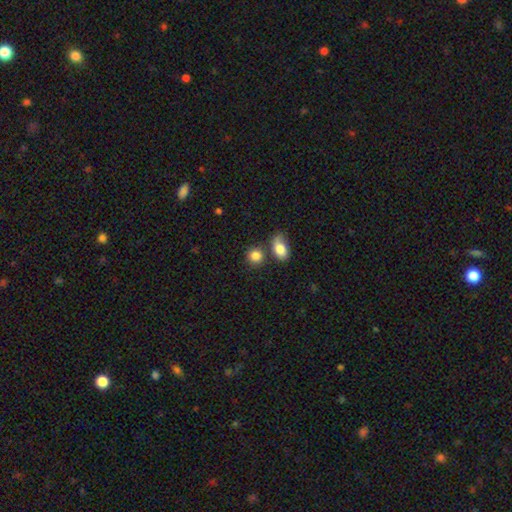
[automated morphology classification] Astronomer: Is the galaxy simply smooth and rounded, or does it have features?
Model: smooth — 85%.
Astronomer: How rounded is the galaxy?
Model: round — 77%.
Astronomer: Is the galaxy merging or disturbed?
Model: none — 65%.